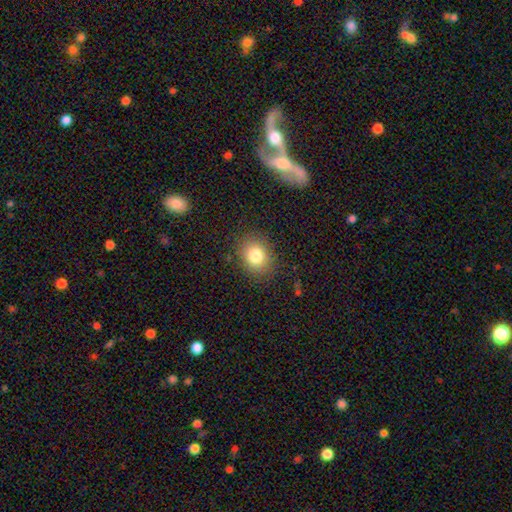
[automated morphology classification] Overall: smooth (81%). How rounded: round (56%; in between 43%). Merging: none (85%).